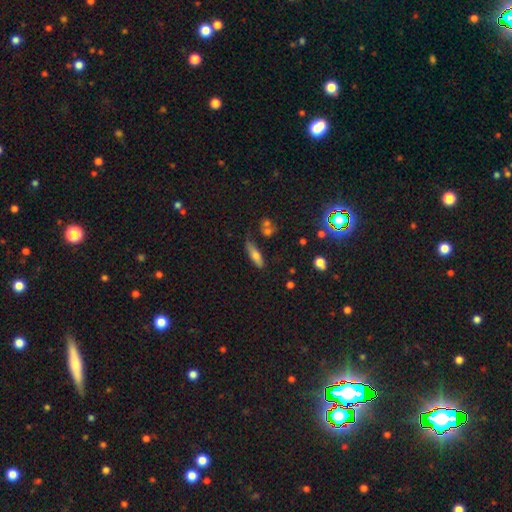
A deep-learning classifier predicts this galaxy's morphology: Smooth or featured: smooth — 64% (featured or disk — 28%)
How rounded: cigar-shaped — 57% (in between — 40%)
Merging: none — 71% (minor disturbance — 18%)